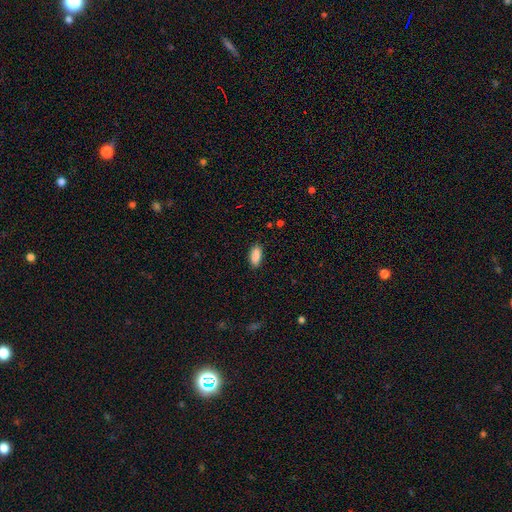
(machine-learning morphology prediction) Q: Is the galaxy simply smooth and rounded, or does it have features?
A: smooth — 89%.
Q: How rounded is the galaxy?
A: in between — 86%.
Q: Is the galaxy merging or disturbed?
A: none — 88%.